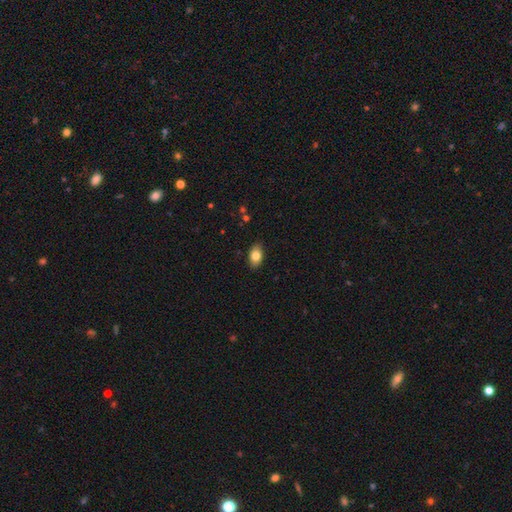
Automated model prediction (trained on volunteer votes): smooth 82%, featured or disk 10%, star or artifact 8%. Down the decision tree: how rounded — in between (88%); merging — none (88%).